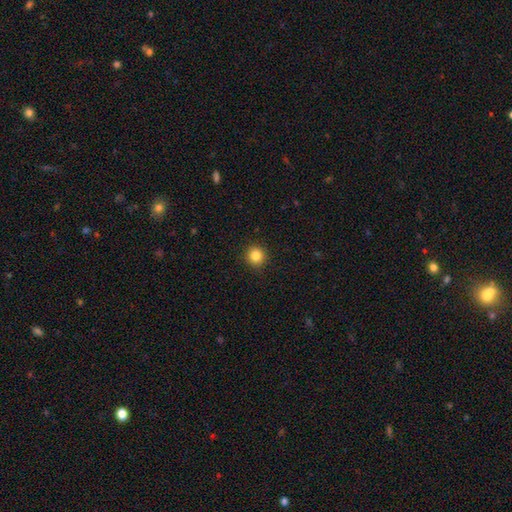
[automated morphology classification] Smooth or featured? smooth (84%)
How rounded? round (94%)
Merging? none (92%)